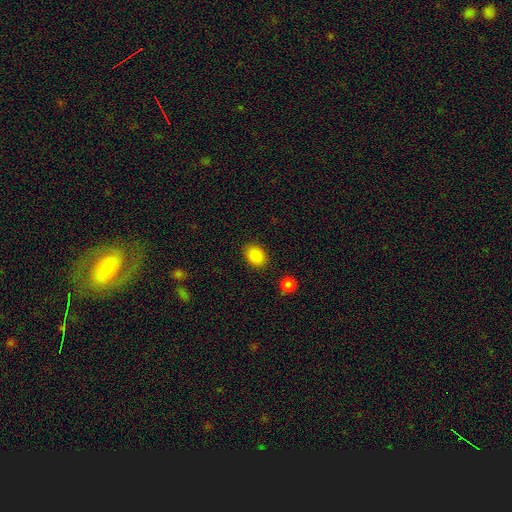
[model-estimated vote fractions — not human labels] smooth 87%, star or artifact 8%, featured or disk 4%. Down the decision tree: how rounded — in between (68%); merging — none (86%).